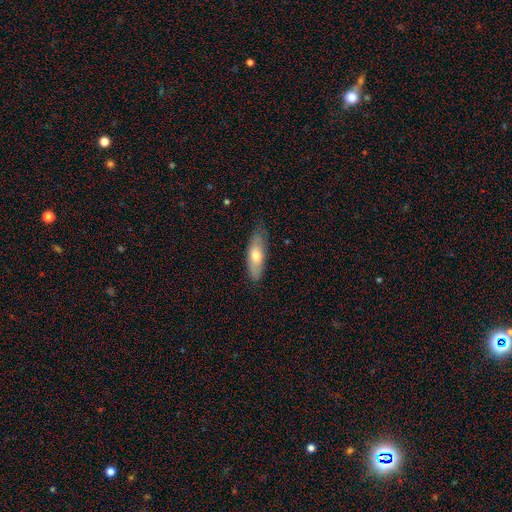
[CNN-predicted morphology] Q: Smooth or featured?
A: smooth (62%); runner-up: featured or disk (32%)
Q: How rounded?
A: in between (56%); runner-up: cigar-shaped (42%)
Q: Merging?
A: none (72%); runner-up: minor disturbance (23%)